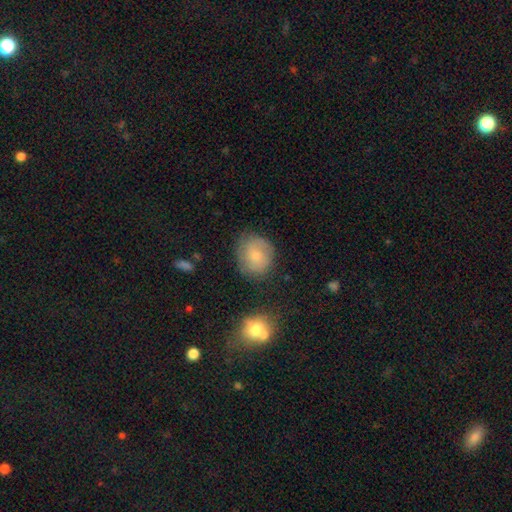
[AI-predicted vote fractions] smooth_or_featured: smooth (p=0.64) [alt: featured or disk p=0.28]
how_rounded: round (p=0.72) [alt: in between p=0.27]
merging: none (p=0.74) [alt: minor disturbance p=0.18]